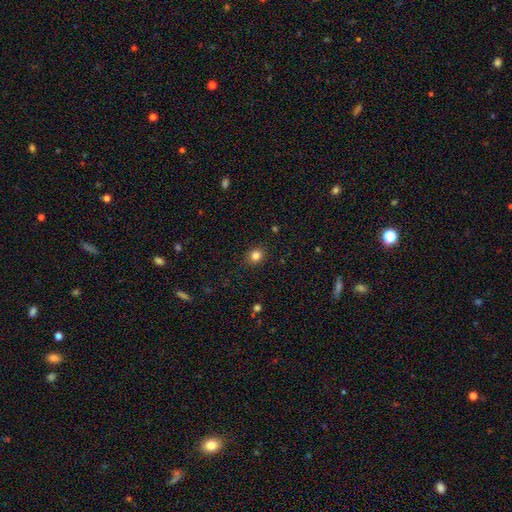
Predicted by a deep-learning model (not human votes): smooth-or-featured: smooth: 83% | star or artifact: 12% | featured or disk: 5%
  how-rounded: round: 73% | in between: 26% | cigar-shaped: 1%
  merging: none: 89% | minor disturbance: 8% | major disturbance: 2% | merger: 1%